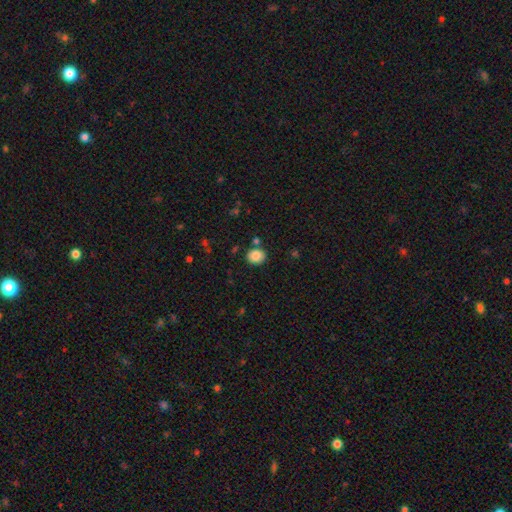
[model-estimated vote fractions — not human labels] smooth_or_featured: smooth (p=0.86) [alt: star or artifact p=0.09]
how_rounded: round (p=0.68) [alt: in between p=0.31]
merging: none (p=0.82) [alt: minor disturbance p=0.10]